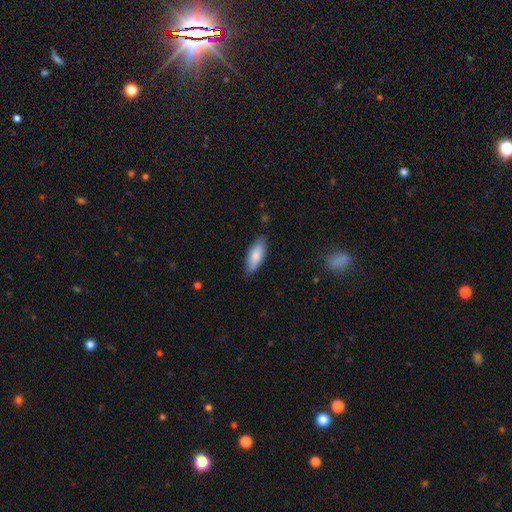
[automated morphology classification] Smooth or featured?
  - smooth: 83% *
  - featured or disk: 12%
  - star or artifact: 6%
How rounded?
  - in between: 78% *
  - cigar-shaped: 20%
  - round: 2%
Merging?
  - none: 81% *
  - minor disturbance: 15%
  - major disturbance: 3%
  - merger: 1%